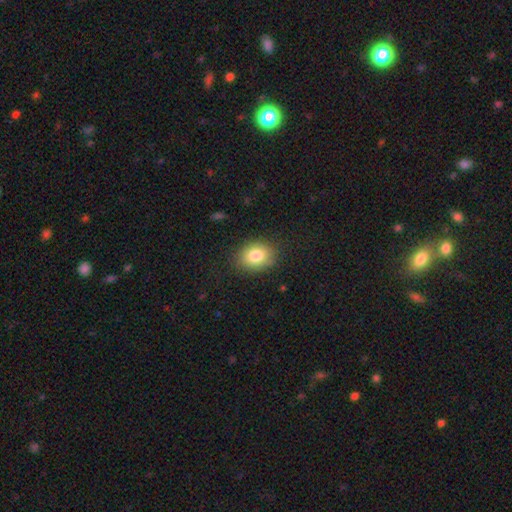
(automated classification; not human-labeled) Smooth or featured? Predicted: smooth (p=0.83). How rounded? Predicted: in between (p=0.63). Merging? Predicted: none (p=0.83).